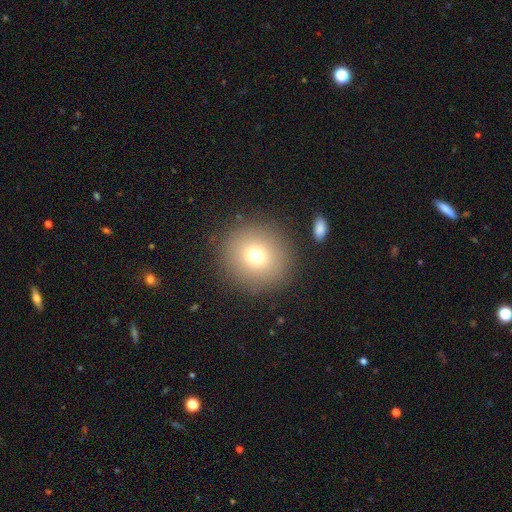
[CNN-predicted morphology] Smooth or featured? smooth (73%)
How rounded? round (93%)
Merging? none (89%)